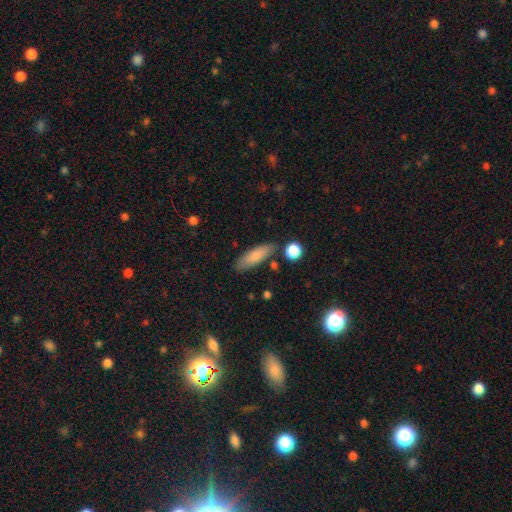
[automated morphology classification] smooth 82%, featured or disk 12%, star or artifact 7%. Down the decision tree: how rounded — in between (50%); merging — none (81%).